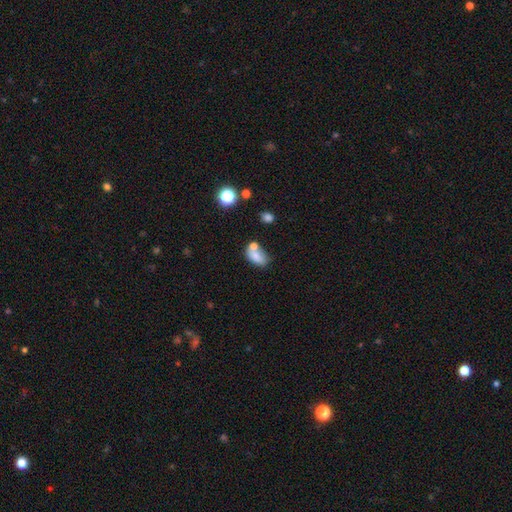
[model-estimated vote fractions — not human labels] smooth-or-featured: smooth: 72% | featured or disk: 18% | star or artifact: 10%
  how-rounded: in between: 85% | round: 12% | cigar-shaped: 2%
  merging: none: 38% | merger: 36% | minor disturbance: 18% | major disturbance: 8%